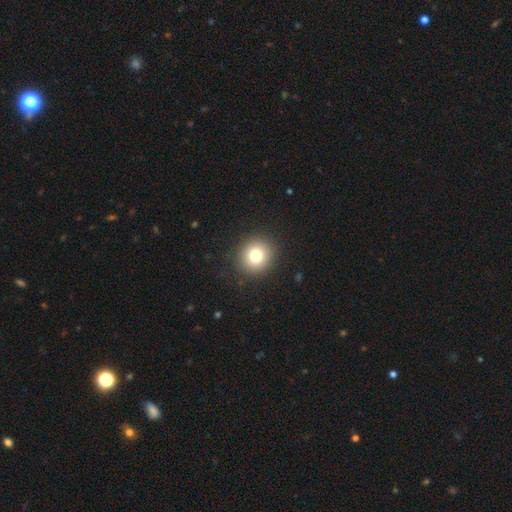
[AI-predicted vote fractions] Overall: smooth (79%). How rounded: round (89%). Merging: none (91%).